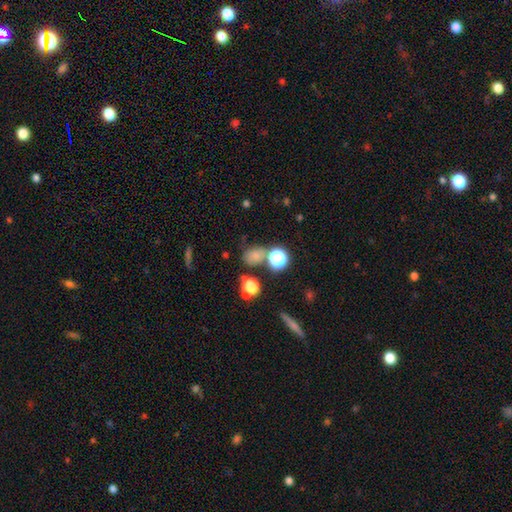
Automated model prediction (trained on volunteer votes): Q: Smooth or featured?
A: smooth (68%); runner-up: star or artifact (24%)
Q: How rounded?
A: round (59%); runner-up: in between (40%)
Q: Merging?
A: none (60%); runner-up: merger (19%)